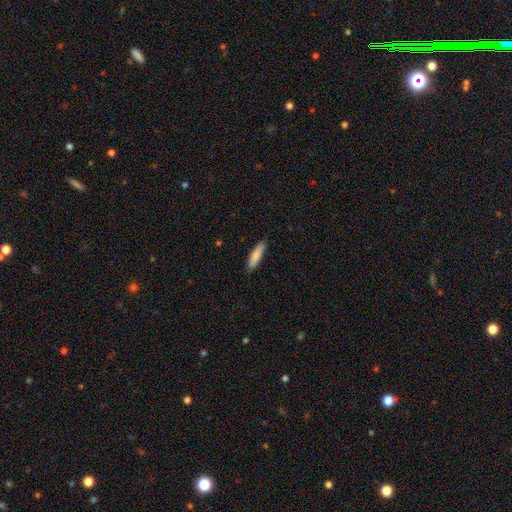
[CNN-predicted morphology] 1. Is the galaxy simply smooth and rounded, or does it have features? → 85% smooth, 9% featured or disk, 6% star or artifact.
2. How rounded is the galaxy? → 73% cigar-shaped, 26% in between, 1% round.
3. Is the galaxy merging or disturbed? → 86% none, 12% minor disturbance, 2% major disturbance, 1% merger.